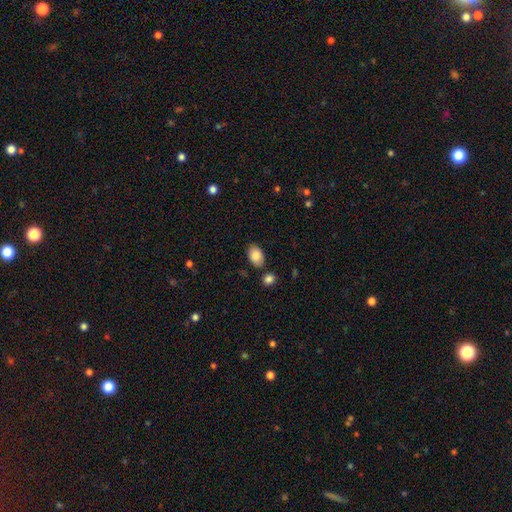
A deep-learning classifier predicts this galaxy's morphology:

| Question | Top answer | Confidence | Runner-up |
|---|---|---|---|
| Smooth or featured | smooth | 87% | star or artifact (7%) |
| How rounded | in between | 91% | round (8%) |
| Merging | none | 80% | minor disturbance (12%) |